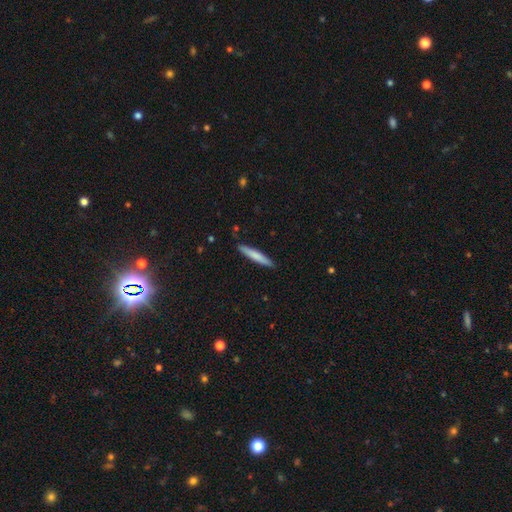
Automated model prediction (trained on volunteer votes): Morphology: type=smooth (72%); roundness=cigar-shaped (93%); merging=none (89%).